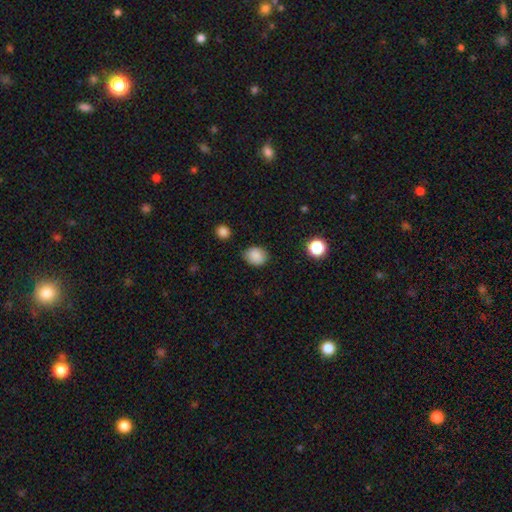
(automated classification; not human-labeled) A smooth galaxy with no disk features (87%) that is round (60%). Merging: none (79%).